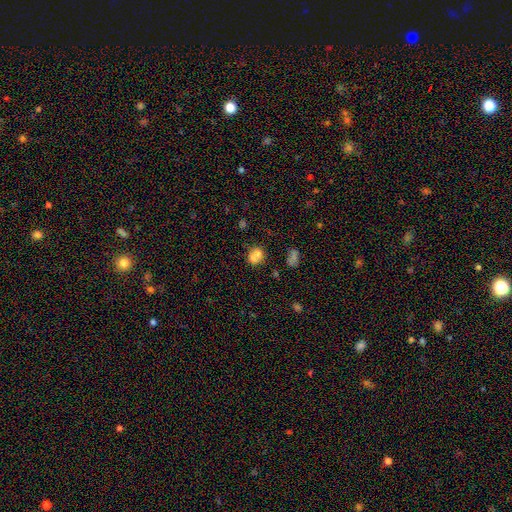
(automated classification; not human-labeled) Smooth or featured: smooth — 69% (featured or disk — 19%)
How rounded: round — 72% (in between — 27%)
Merging: merger — 60% (none — 29%)